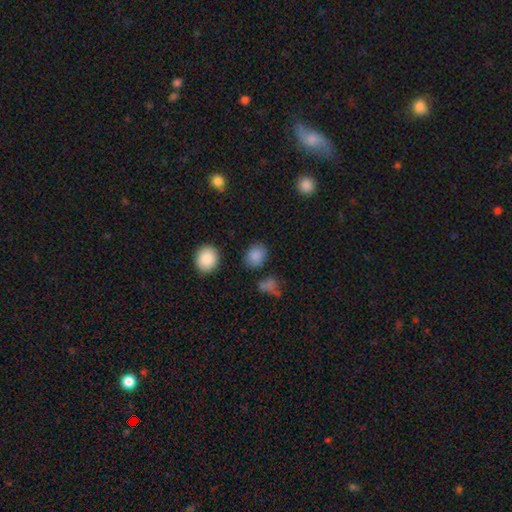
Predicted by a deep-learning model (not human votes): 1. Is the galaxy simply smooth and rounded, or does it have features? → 85% smooth, 10% star or artifact, 5% featured or disk.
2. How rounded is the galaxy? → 54% round, 44% in between, 1% cigar-shaped.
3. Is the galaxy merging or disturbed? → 80% none, 12% minor disturbance, 4% merger, 4% major disturbance.